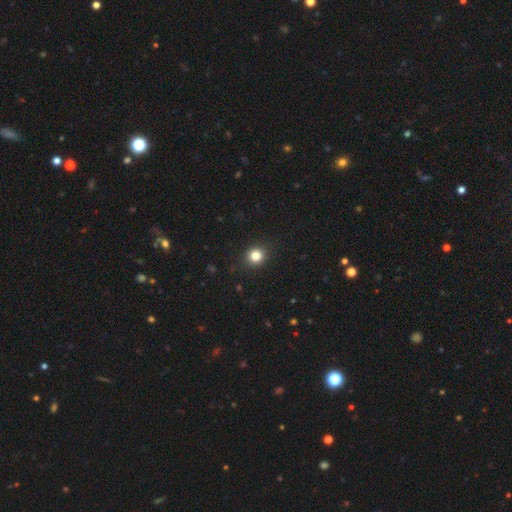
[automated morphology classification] A smooth galaxy with no disk features (83%) that is round (88%). Merging: none (91%).